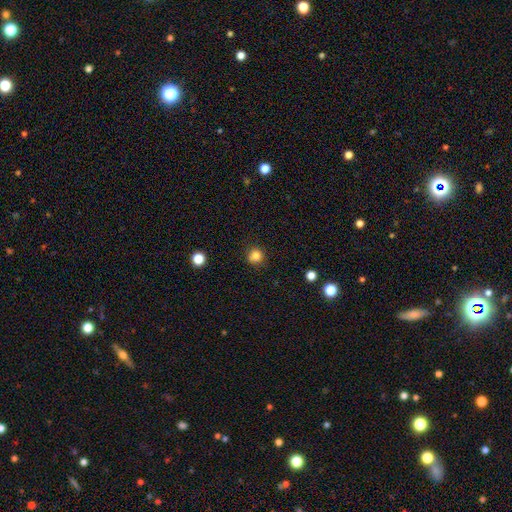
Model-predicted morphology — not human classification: The model was most divided on "smooth or featured": smooth: 82%, star or artifact: 13%, featured or disk: 5%. More confident: how rounded — round (92%); merging — none (85%).